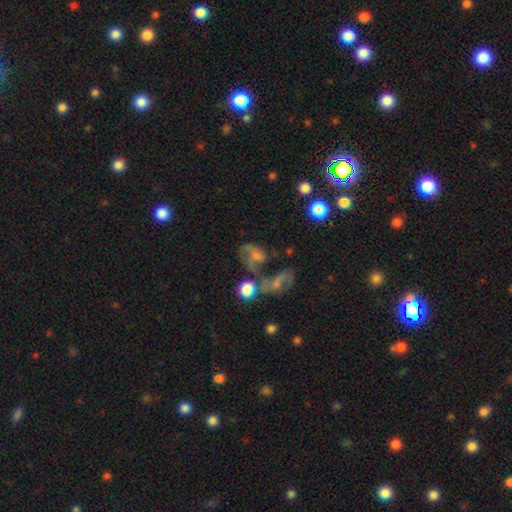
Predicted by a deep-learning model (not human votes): smooth-or-featured: featured or disk: 48% | smooth: 36% | star or artifact: 16%
  merging: merger: 36% | major disturbance: 25% | none: 25% | minor disturbance: 15%